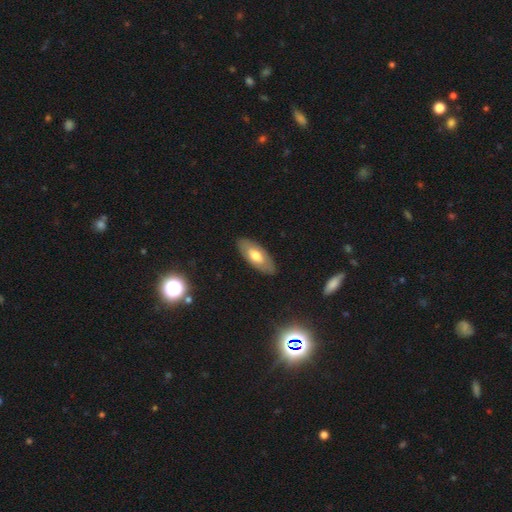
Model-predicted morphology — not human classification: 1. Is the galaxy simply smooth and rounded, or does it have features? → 58% smooth, 36% featured or disk, 6% star or artifact.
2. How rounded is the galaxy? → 88% in between, 10% cigar-shaped, 2% round.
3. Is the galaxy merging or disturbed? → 86% none, 10% minor disturbance, 2% major disturbance, 1% merger.